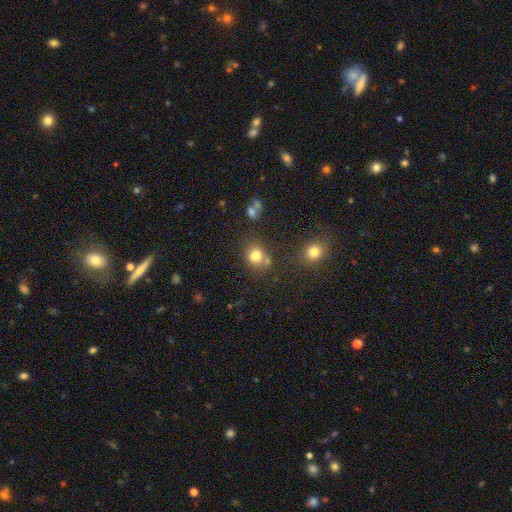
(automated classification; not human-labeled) Morphology: type=smooth (77%); roundness=round (62%); merging=none (57%).